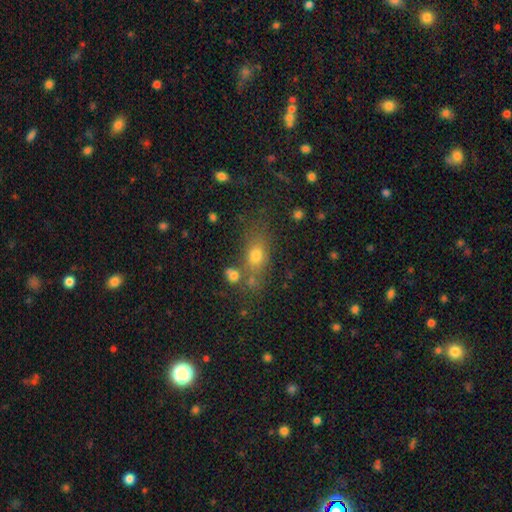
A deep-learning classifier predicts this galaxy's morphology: A smooth galaxy with no disk features (70%) that is in between round and cigar-shaped (63%).

Vote fractions:
- Smooth or featured? smooth: 70% / star or artifact: 17% / featured or disk: 14%
- How rounded? in between: 63% / round: 27% / cigar-shaped: 9%
- Merging? none: 61% / merger: 16% / minor disturbance: 15% / major disturbance: 7%